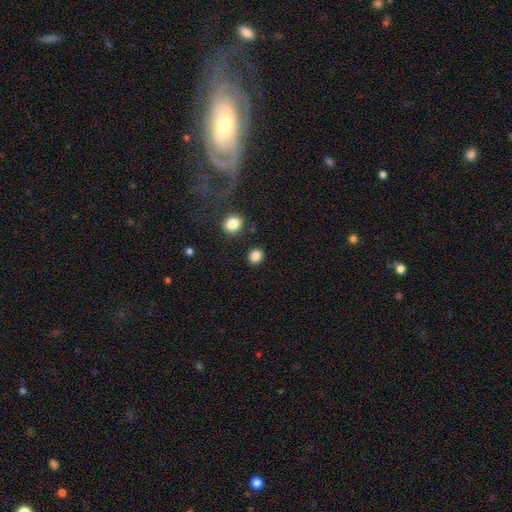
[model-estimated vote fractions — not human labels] smooth_or_featured: smooth (p=0.86) [alt: star or artifact p=0.10]
how_rounded: round (p=0.76) [alt: in between p=0.23]
merging: none (p=0.87) [alt: minor disturbance p=0.07]